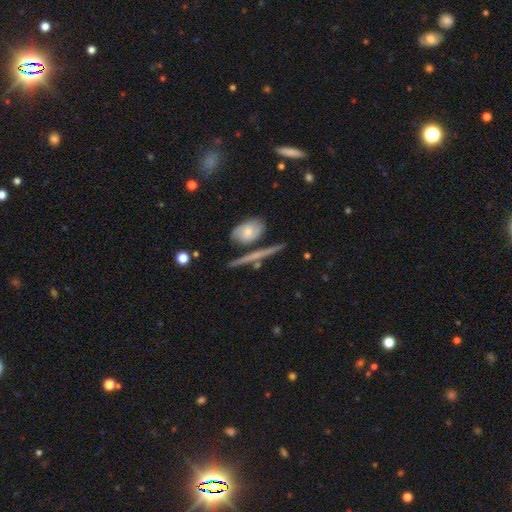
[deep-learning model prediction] smooth_or_featured: featured or disk (p=0.56) [alt: smooth p=0.33]
disk_edge_on: yes (p=0.82) [alt: no p=0.18]
merging: none (p=0.72) [alt: merger p=0.12]